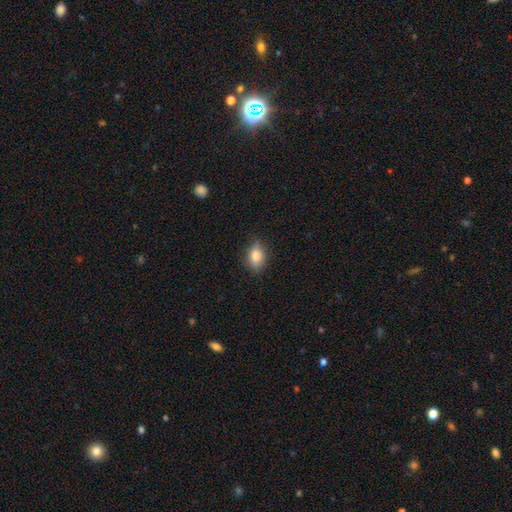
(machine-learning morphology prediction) smooth-or-featured: smooth: 70% | featured or disk: 20% | star or artifact: 9%
  how-rounded: in between: 75% | round: 15% | cigar-shaped: 10%
  merging: none: 81% | minor disturbance: 15% | major disturbance: 3% | merger: 1%